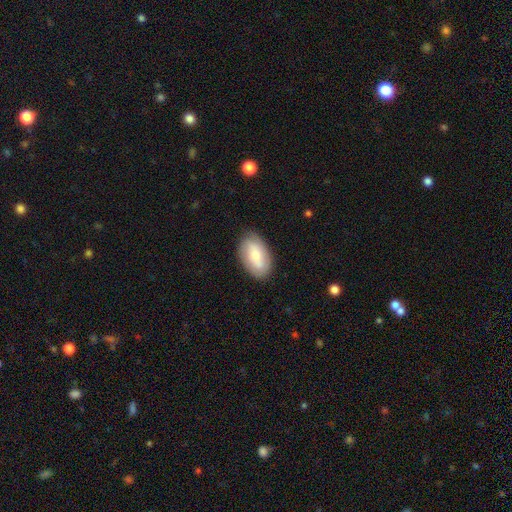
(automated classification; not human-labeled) Morphology: type=smooth (61%); roundness=in between (93%); merging=none (81%).